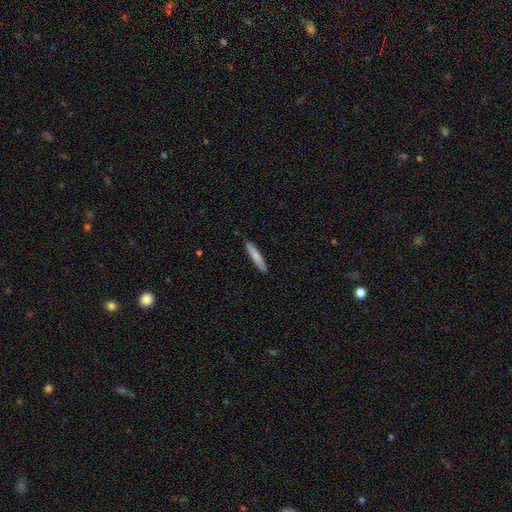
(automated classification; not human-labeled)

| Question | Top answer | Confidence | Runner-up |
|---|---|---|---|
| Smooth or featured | smooth | 78% | featured or disk (17%) |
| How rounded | cigar-shaped | 92% | in between (7%) |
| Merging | none | 90% | minor disturbance (8%) |